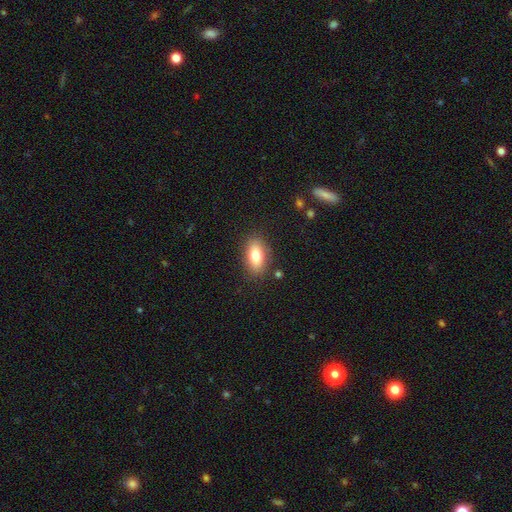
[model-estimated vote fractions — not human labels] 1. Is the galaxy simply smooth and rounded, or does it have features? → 78% smooth, 14% featured or disk, 8% star or artifact.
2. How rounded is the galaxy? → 86% in between, 7% round, 7% cigar-shaped.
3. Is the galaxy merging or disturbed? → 84% none, 11% minor disturbance, 3% major disturbance, 2% merger.